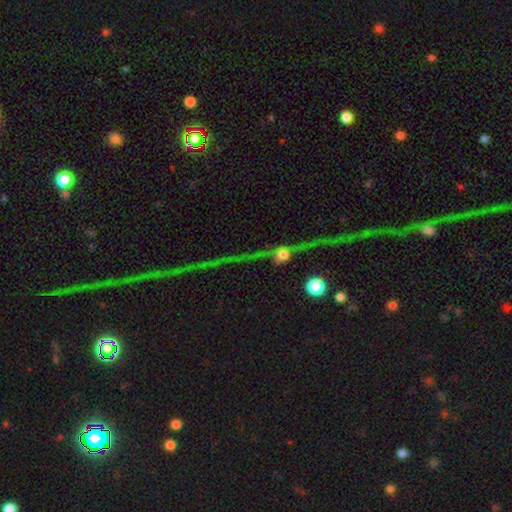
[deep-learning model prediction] Morphology: type=star or artifact (73%).